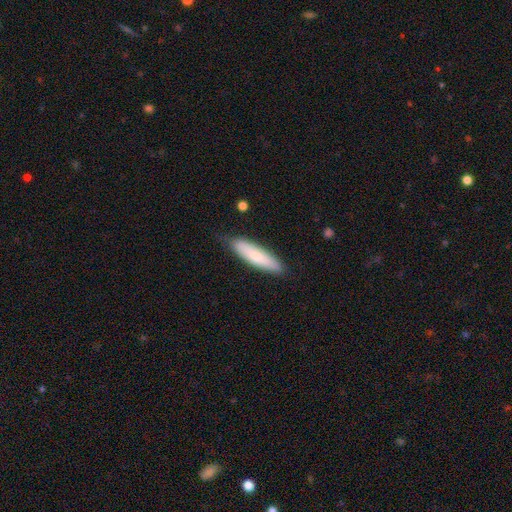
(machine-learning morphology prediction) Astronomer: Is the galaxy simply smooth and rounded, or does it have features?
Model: smooth — 78%.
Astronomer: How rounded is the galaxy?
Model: cigar-shaped — 72%.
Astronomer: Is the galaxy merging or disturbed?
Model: none — 80%.